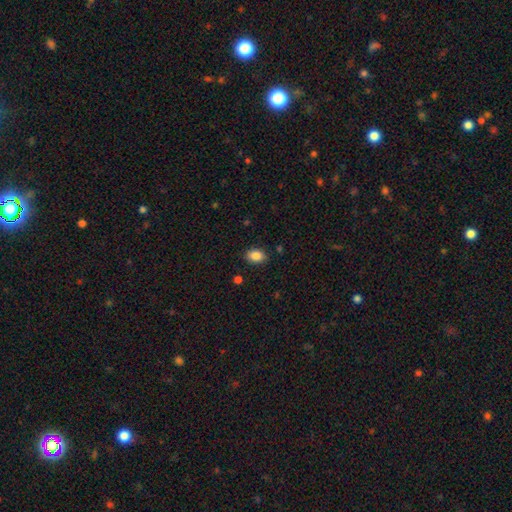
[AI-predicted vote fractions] smooth_or_featured: smooth (p=0.87) [alt: star or artifact p=0.08]
how_rounded: in between (p=0.79) [alt: round p=0.20]
merging: none (p=0.86) [alt: minor disturbance p=0.10]